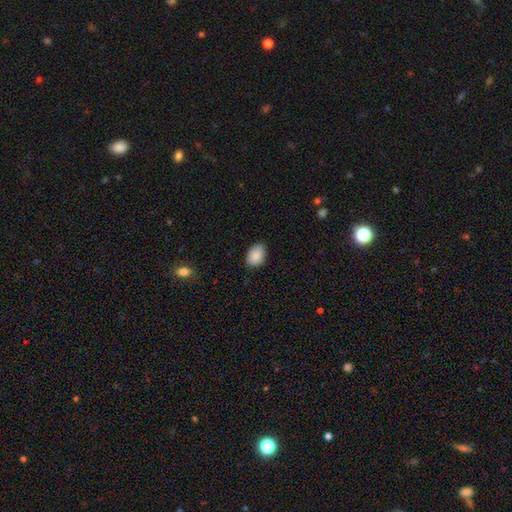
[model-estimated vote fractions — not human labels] Smooth or featured? Predicted: smooth (p=0.89). How rounded? Predicted: in between (p=0.82). Merging? Predicted: none (p=0.85).